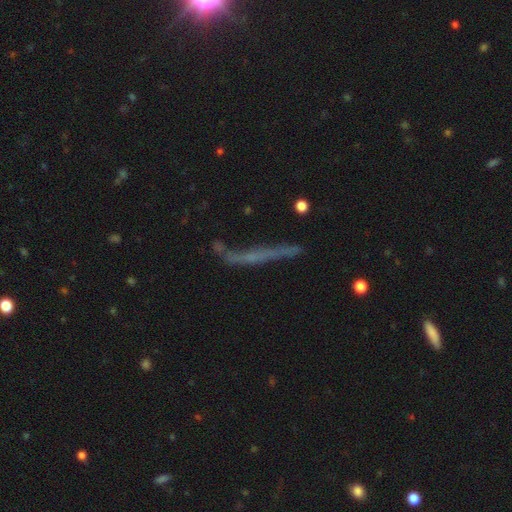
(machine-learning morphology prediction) A featured or disk galaxy (54%) viewed edge-on (75%). Merging: none (55%).